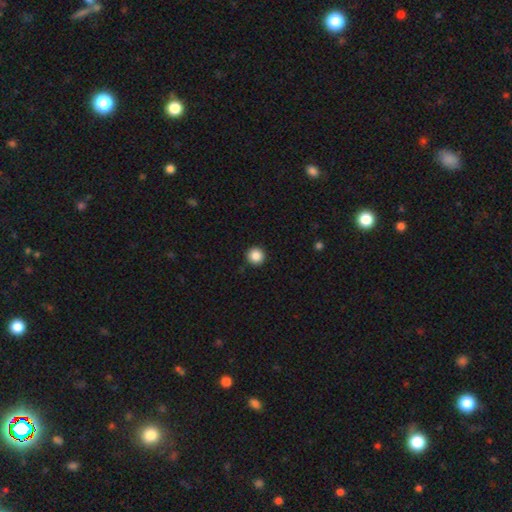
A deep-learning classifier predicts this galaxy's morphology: This appears to be a smooth galaxy with no disk features (87%) that is round (96%). Merging: none (93%).